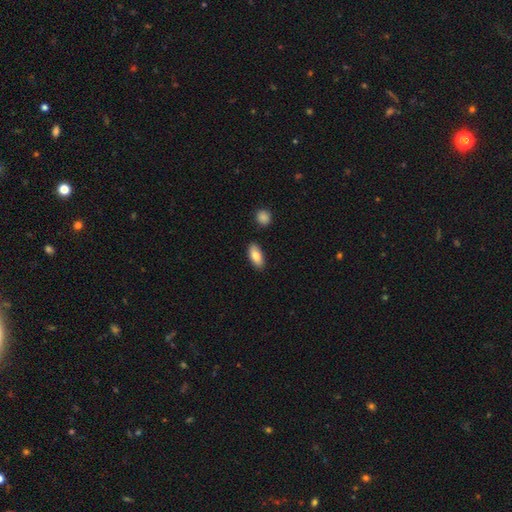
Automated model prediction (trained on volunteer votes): Smooth or featured?
  - smooth: 81% *
  - featured or disk: 12%
  - star or artifact: 6%
How rounded?
  - in between: 87% *
  - cigar-shaped: 10%
  - round: 3%
Merging?
  - none: 86% *
  - minor disturbance: 9%
  - merger: 3%
  - major disturbance: 2%